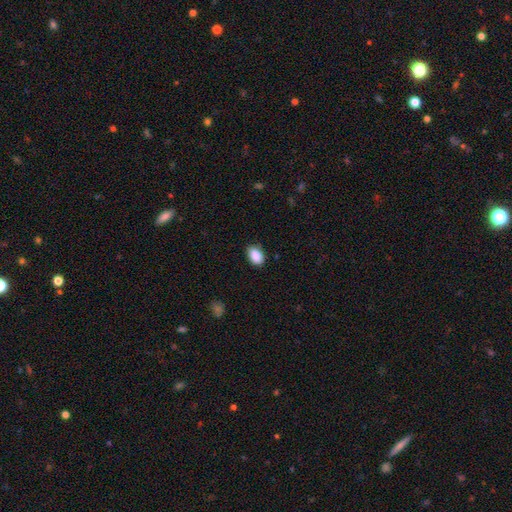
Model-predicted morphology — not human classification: Q: Smooth or featured?
A: smooth (90%); runner-up: star or artifact (7%)
Q: How rounded?
A: in between (87%); runner-up: round (12%)
Q: Merging?
A: none (83%); runner-up: minor disturbance (13%)